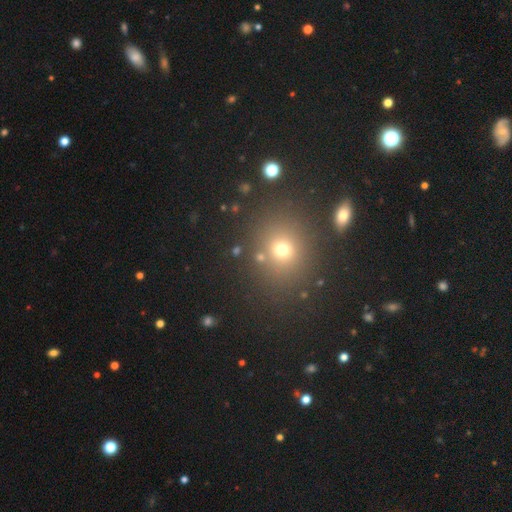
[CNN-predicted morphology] Q: Smooth or featured?
A: smooth (52%); runner-up: star or artifact (40%)
Q: How rounded?
A: round (80%); runner-up: in between (19%)
Q: Merging?
A: none (87%); runner-up: minor disturbance (7%)